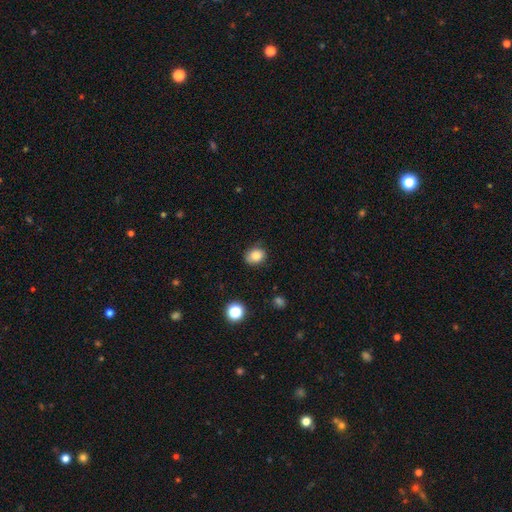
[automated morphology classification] Smooth or featured? smooth (83%)
How rounded? round (51%)
Merging? none (78%)